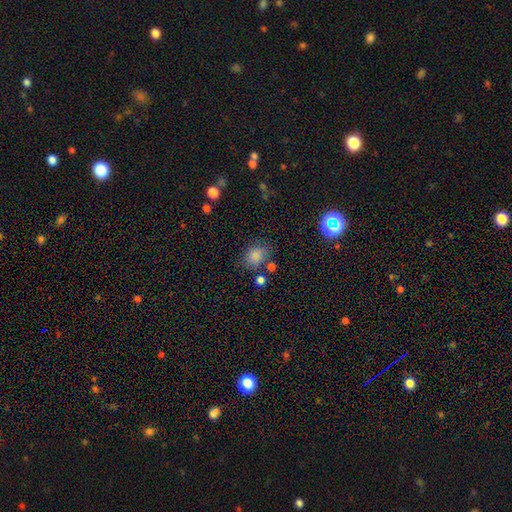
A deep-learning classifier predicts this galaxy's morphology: Smooth or featured? Predicted: smooth (p=0.81). How rounded? Predicted: in between (p=0.53). Merging? Predicted: none (p=0.71).